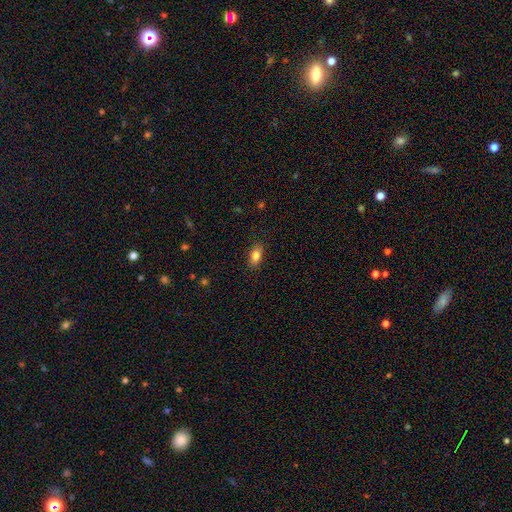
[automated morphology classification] The model was most divided on "smooth or featured": smooth: 82%, featured or disk: 9%, star or artifact: 9%. More confident: how rounded — in between (87%); merging — none (87%).